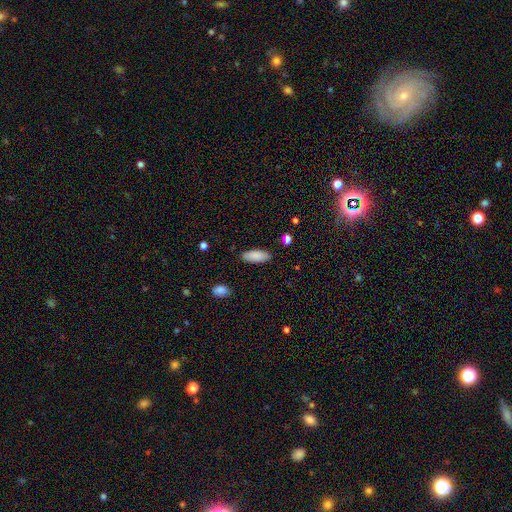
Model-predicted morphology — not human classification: Smooth or featured? Predicted: smooth (p=0.88). How rounded? Predicted: in between (p=0.78). Merging? Predicted: none (p=0.86).